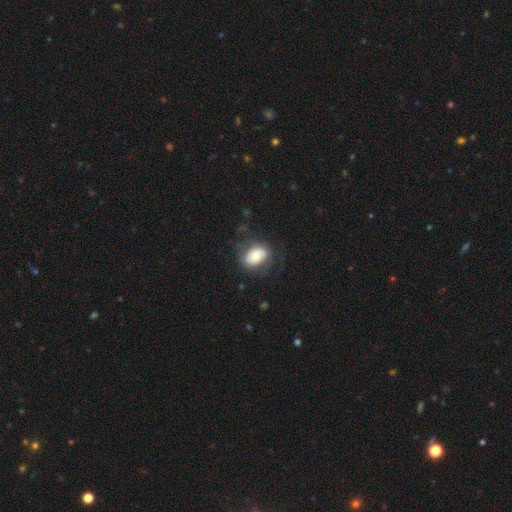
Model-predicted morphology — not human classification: A smooth galaxy with no disk features (68%) that is in between round and cigar-shaped (77%).

Vote fractions:
- Smooth or featured? smooth: 68% / featured or disk: 24% / star or artifact: 7%
- How rounded? in between: 77% / round: 22% / cigar-shaped: 1%
- Merging? none: 70% / minor disturbance: 18% / major disturbance: 11% / merger: 1%